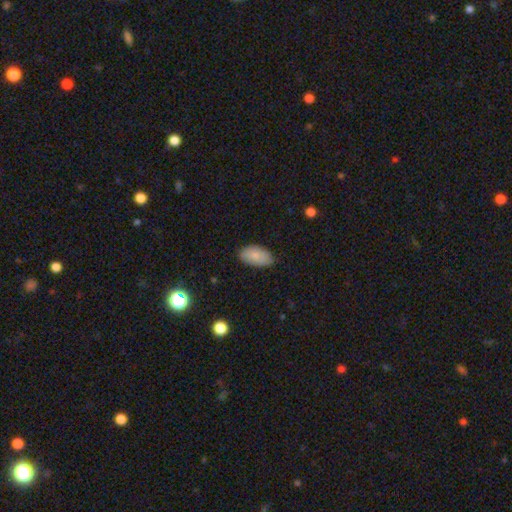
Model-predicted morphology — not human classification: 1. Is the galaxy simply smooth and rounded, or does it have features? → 82% smooth, 11% featured or disk, 7% star or artifact.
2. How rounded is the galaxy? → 94% in between, 4% round, 2% cigar-shaped.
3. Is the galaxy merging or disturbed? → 78% none, 18% minor disturbance, 3% major disturbance, 1% merger.